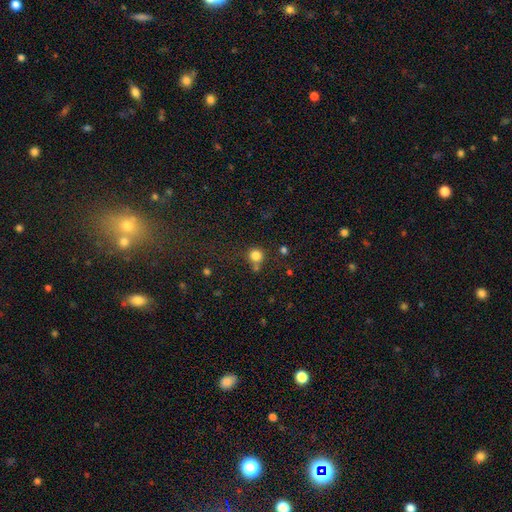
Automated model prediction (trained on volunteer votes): A smooth galaxy with no disk features (81%) that is round (92%). Merging: none (68%).